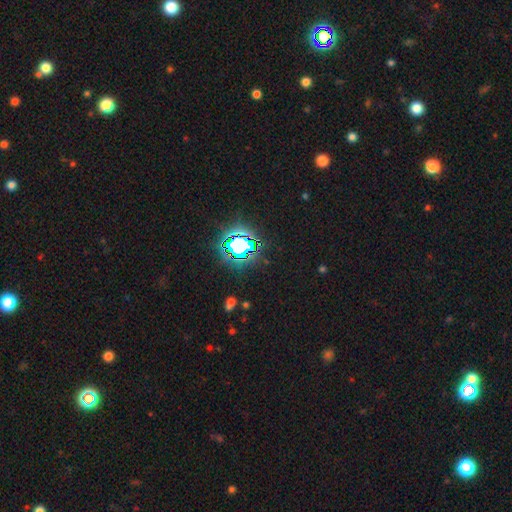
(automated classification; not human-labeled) Smooth or featured: star or artifact — 79% (smooth — 14%)